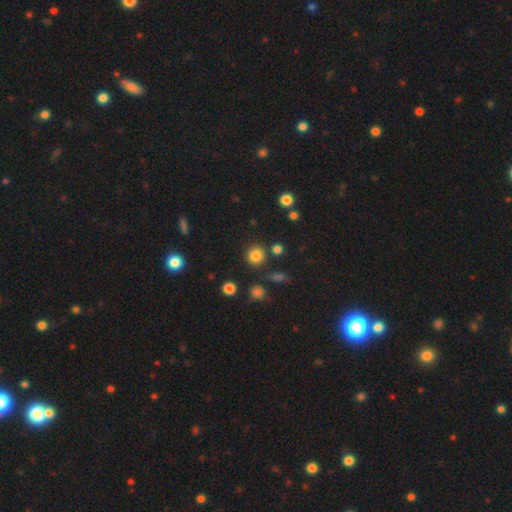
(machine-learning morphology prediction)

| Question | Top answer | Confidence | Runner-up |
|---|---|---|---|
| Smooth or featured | smooth | 81% | star or artifact (13%) |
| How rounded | round | 91% | in between (8%) |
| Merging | none | 84% | minor disturbance (8%) |